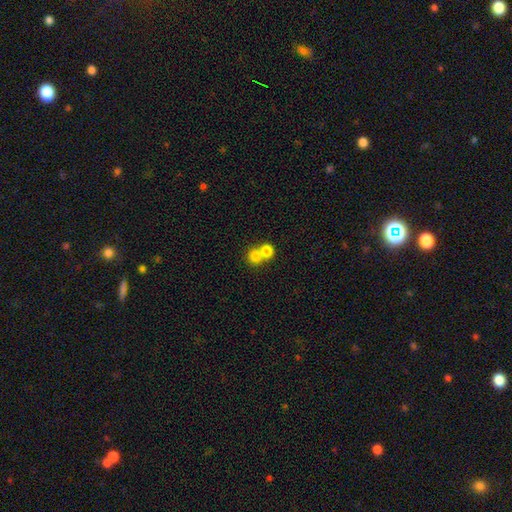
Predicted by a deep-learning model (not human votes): A smooth galaxy with no disk features (79%) that is round (86%). Merging: merger (57%).